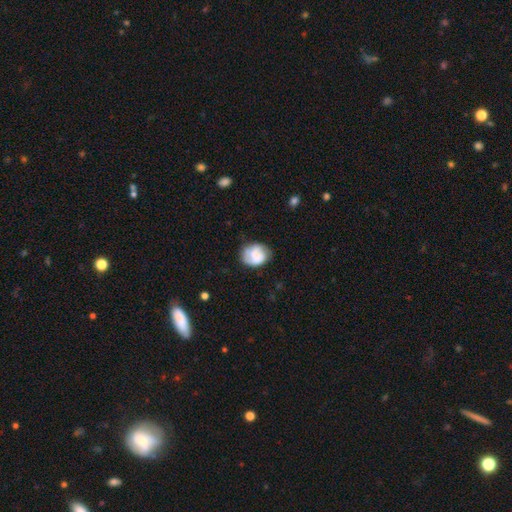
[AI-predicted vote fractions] Smooth or featured?
  - smooth: 57% *
  - featured or disk: 35%
  - star or artifact: 8%
How rounded?
  - round: 55% *
  - in between: 44%
  - cigar-shaped: 1%
Merging?
  - none: 60% *
  - minor disturbance: 27%
  - major disturbance: 10%
  - merger: 2%